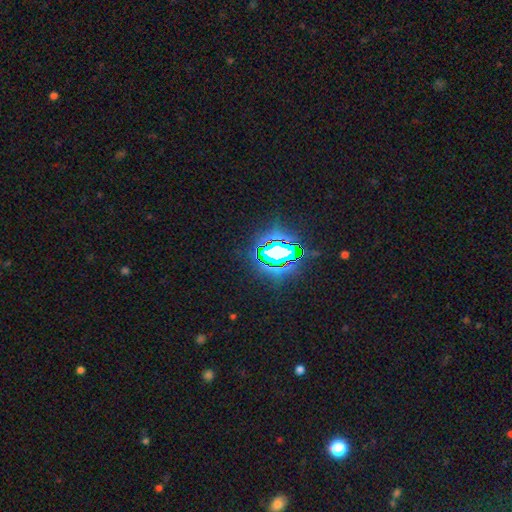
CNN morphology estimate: type=star or artifact (80%).